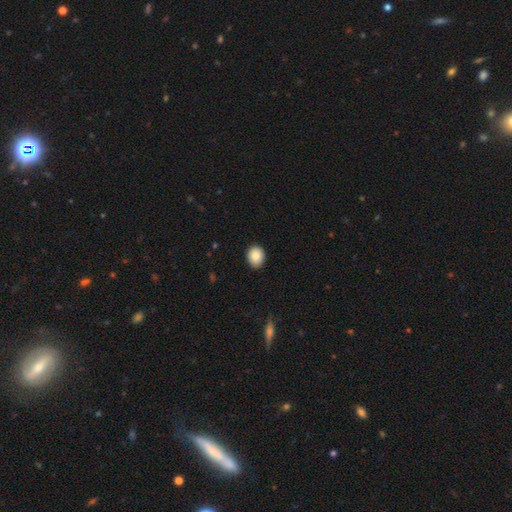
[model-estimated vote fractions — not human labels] A smooth galaxy with no disk features (86%) that is round (59%). Merging: none (87%).